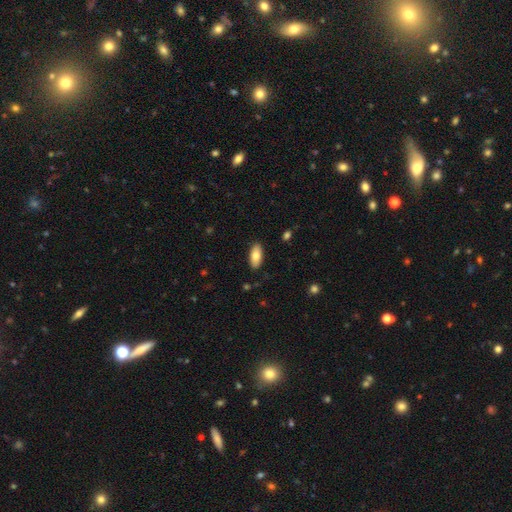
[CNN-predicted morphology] smooth 80%, featured or disk 14%, star or artifact 6%. Down the decision tree: how rounded — in between (89%); merging — none (89%).